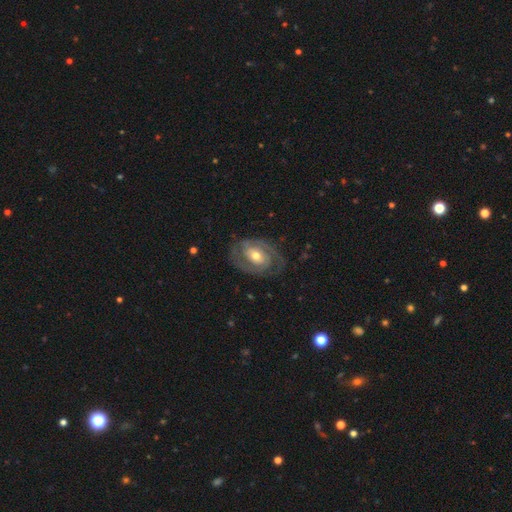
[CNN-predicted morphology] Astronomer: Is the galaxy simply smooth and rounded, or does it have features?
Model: featured or disk — 85%.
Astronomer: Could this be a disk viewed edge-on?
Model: no — 97%.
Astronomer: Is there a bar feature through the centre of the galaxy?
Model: no — 57%.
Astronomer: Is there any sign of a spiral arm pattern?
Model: yes — 93%.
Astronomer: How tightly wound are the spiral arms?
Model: tight — 59%.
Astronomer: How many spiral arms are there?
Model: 2 — 79%.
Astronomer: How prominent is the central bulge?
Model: moderate — 71%.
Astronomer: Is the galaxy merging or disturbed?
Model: none — 77%.